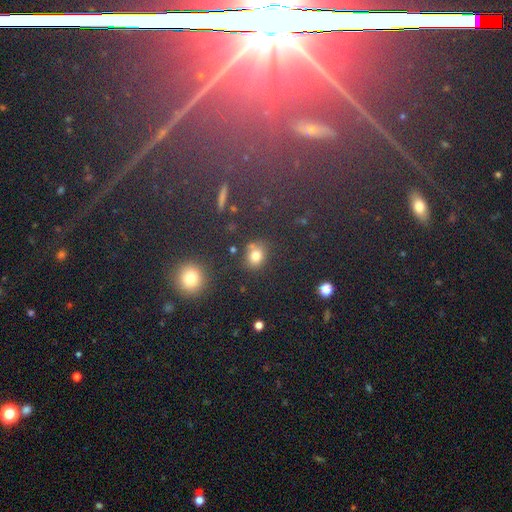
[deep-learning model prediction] smooth_or_featured: smooth (p=0.75) [alt: star or artifact p=0.17]
how_rounded: round (p=0.65) [alt: in between p=0.34]
merging: none (p=0.68) [alt: minor disturbance p=0.14]